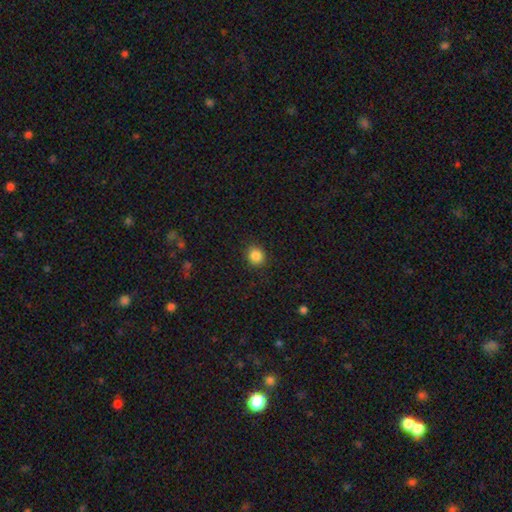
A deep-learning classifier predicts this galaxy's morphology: Smooth or featured? Predicted: smooth (p=0.86). How rounded? Predicted: round (p=0.86). Merging? Predicted: none (p=0.90).